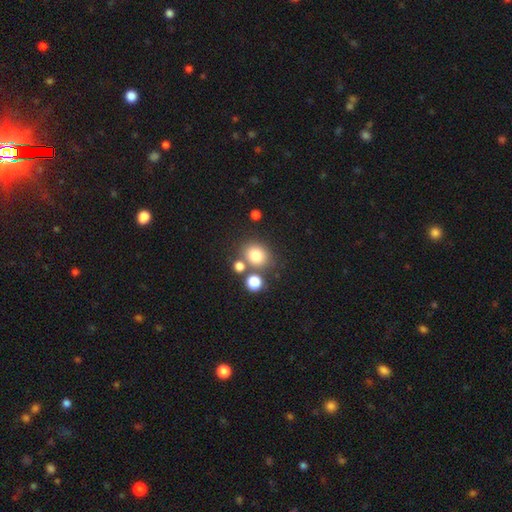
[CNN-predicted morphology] type=smooth (79%); roundness=round (67%); merging=none (67%).